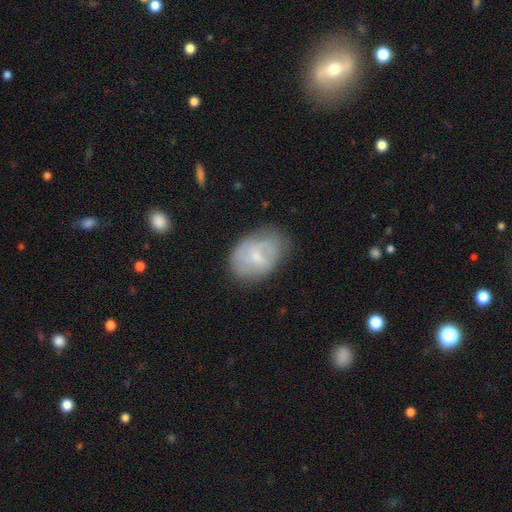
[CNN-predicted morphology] Smooth or featured? smooth (47%)
Merging? none (56%)